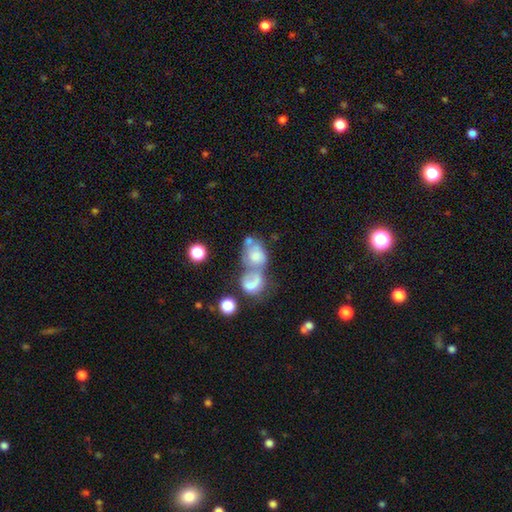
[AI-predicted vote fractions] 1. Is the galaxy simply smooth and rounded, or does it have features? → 56% smooth, 35% featured or disk, 10% star or artifact.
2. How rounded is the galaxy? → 68% in between, 30% round, 2% cigar-shaped.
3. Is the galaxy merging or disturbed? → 67% merger, 13% none, 12% major disturbance, 8% minor disturbance.